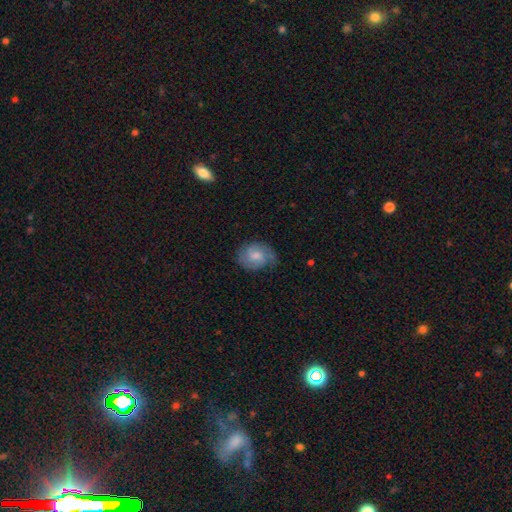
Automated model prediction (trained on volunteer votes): smooth_or_featured: smooth (p=0.51) [alt: featured or disk p=0.42]
how_rounded: round (p=0.55) [alt: in between p=0.43]
merging: none (p=0.64) [alt: minor disturbance p=0.26]